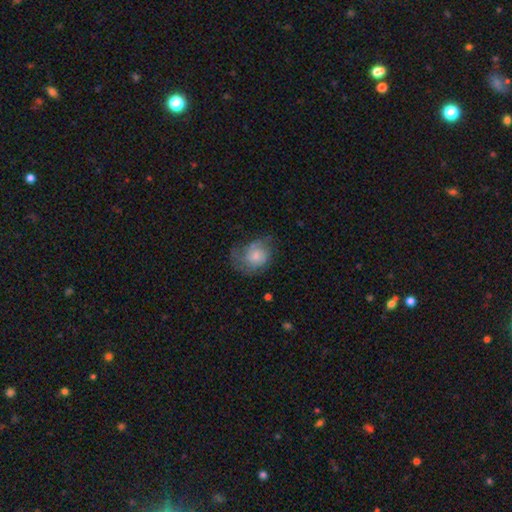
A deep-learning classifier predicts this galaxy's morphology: The model was most divided on "smooth or featured": smooth: 53%, featured or disk: 39%, star or artifact: 8%. Remaining: how rounded — round (58%); merging — none (43%).